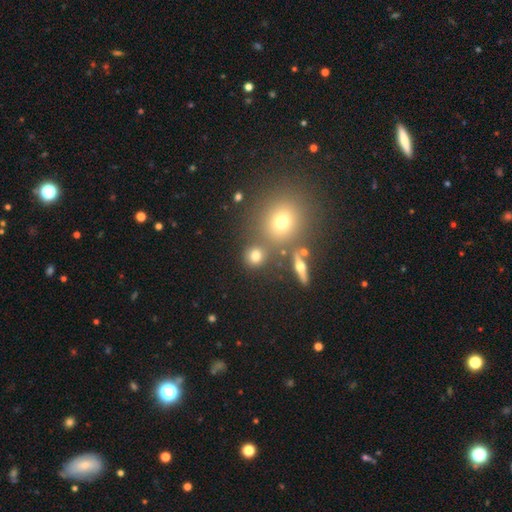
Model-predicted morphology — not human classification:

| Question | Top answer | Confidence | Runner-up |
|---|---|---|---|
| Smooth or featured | smooth | 73% | star or artifact (16%) |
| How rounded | round | 87% | in between (11%) |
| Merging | none | 74% | merger (14%) |